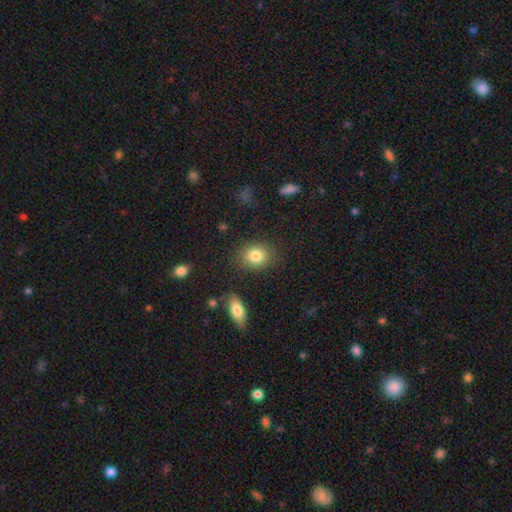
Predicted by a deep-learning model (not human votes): Smooth or featured? Predicted: smooth (p=0.83). How rounded? Predicted: in between (p=0.50). Merging? Predicted: none (p=0.84).